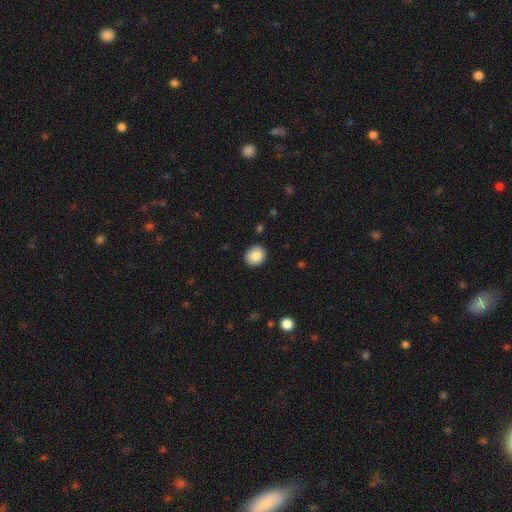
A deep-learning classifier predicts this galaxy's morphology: Q: Smooth or featured?
A: smooth (85%); runner-up: star or artifact (8%)
Q: How rounded?
A: round (74%); runner-up: in between (25%)
Q: Merging?
A: none (90%); runner-up: minor disturbance (7%)